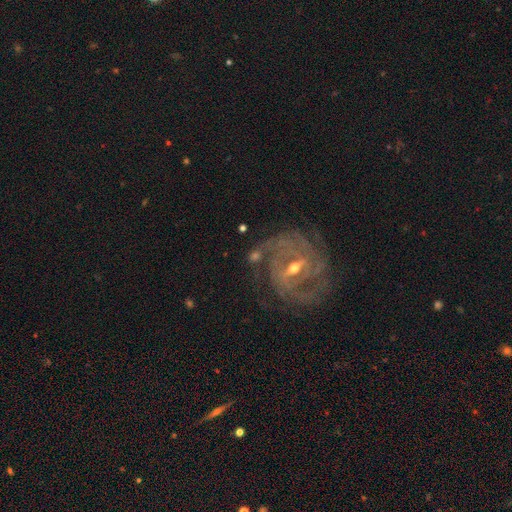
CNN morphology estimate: type=featured or disk (88%); edge-on=no (96%); bar=strong (44%); spiral arms=yes (96%); winding=tight (60%); arm count=3 (26%); bulge=moderate (53%); merging=none (70%).